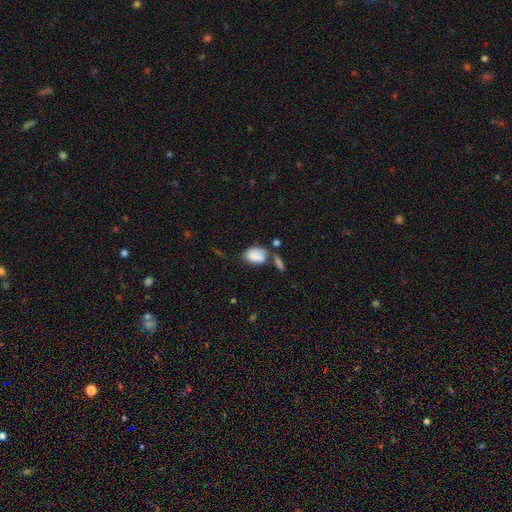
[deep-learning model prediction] Smooth or featured? smooth (83%)
How rounded? in between (86%)
Merging? none (40%)